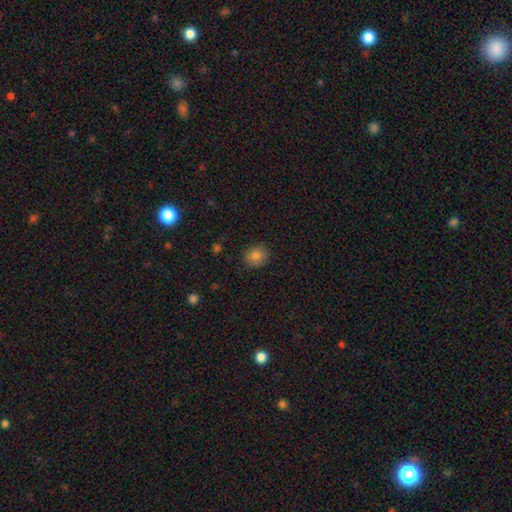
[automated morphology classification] Overall: smooth (82%). How rounded: round (74%). Merging: none (87%).